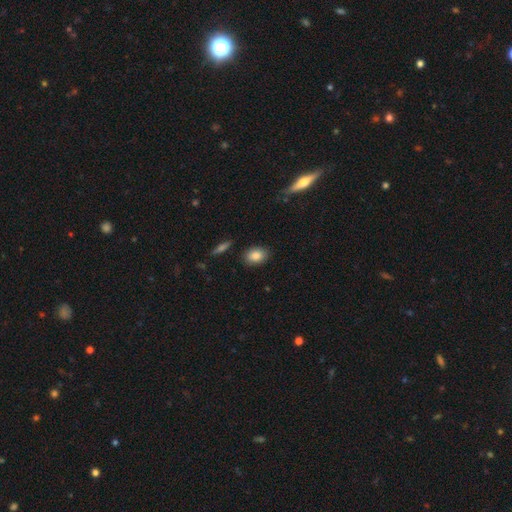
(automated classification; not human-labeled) This is clearly a smooth galaxy (86%). How rounded: likely in between (77%). Merging: clearly none (86%).